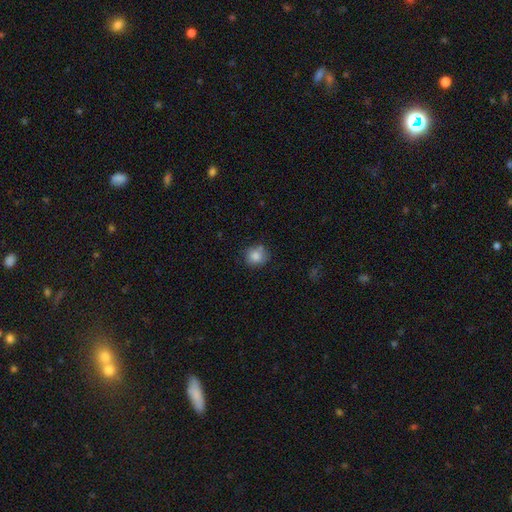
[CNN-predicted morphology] smooth 83%, star or artifact 9%, featured or disk 7%. Down the decision tree: how rounded — round (83%); merging — none (71%).